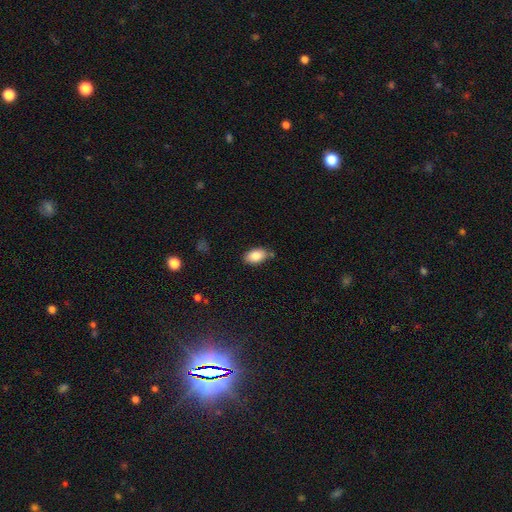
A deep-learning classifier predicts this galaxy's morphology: This appears to be a smooth galaxy with no disk features (86%) that is in between round and cigar-shaped (92%). Merging: none (74%).